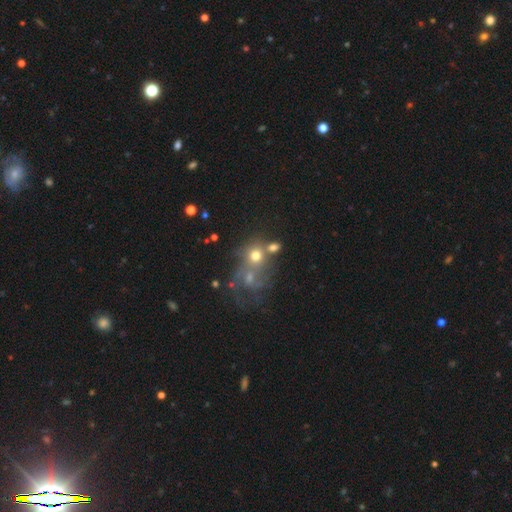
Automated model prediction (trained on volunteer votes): The model was most divided on "merging": merger: 39%, none: 36%, major disturbance: 13%, minor disturbance: 12%. More confident: how rounded — round (72%); smooth or featured — smooth (57%).